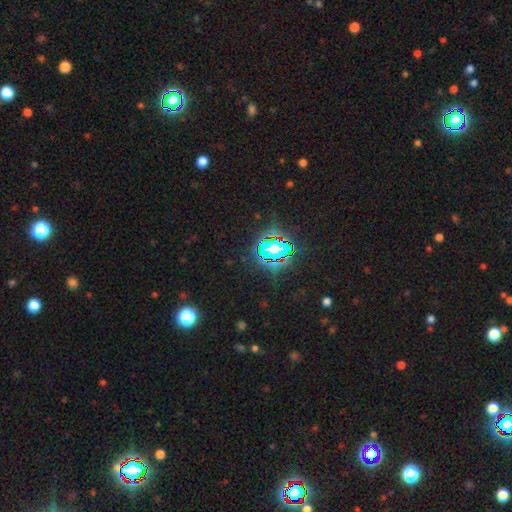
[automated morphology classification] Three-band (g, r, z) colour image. It shows a star or artifact, not a galaxy (82%).